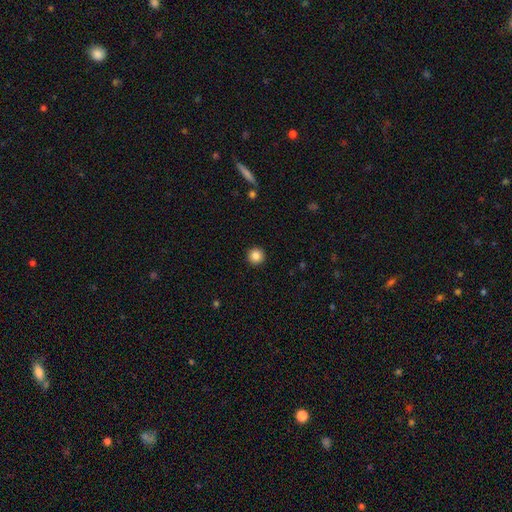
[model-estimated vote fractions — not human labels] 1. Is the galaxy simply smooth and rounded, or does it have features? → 85% smooth, 10% star or artifact, 5% featured or disk.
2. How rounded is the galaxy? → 96% round, 3% in between, 1% cigar-shaped.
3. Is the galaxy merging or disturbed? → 94% none, 4% minor disturbance, 1% major disturbance, 1% merger.